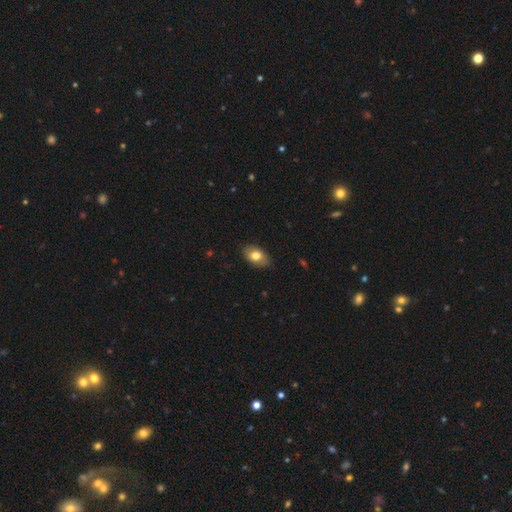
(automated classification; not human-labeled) Smooth or featured? Predicted: smooth (p=0.76). How rounded? Predicted: in between (p=0.88). Merging? Predicted: none (p=0.84).